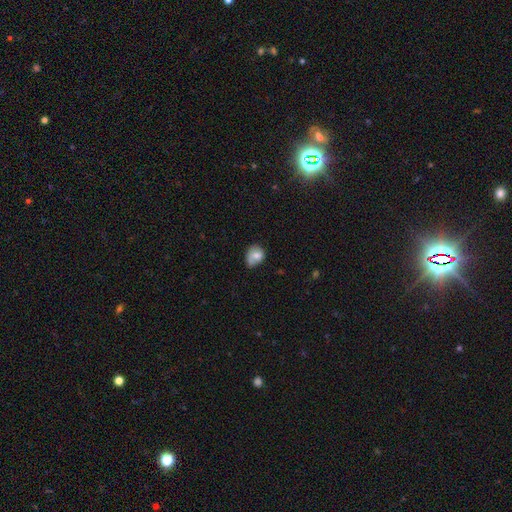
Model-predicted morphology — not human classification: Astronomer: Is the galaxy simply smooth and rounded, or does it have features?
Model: smooth — 68%.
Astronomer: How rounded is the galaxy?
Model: round — 50% (runner-up: in between, 49%).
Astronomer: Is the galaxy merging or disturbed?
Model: none — 40% (runner-up: minor disturbance, 36%).